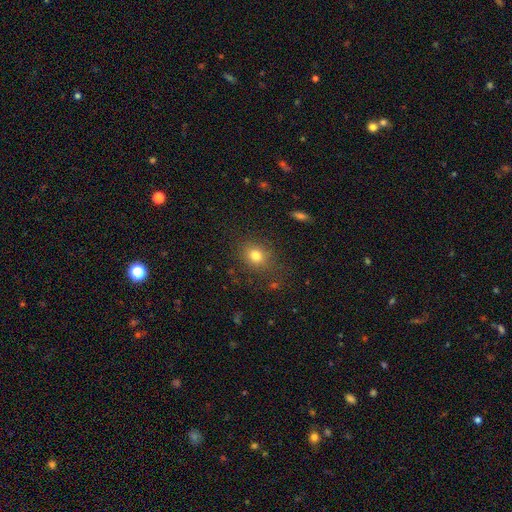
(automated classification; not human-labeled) This appears to be a smooth galaxy with no disk features (78%) that is round (62%). Merging: none (80%).